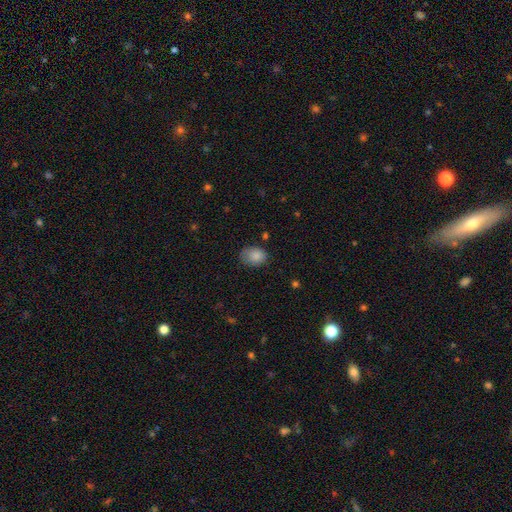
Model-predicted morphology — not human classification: Overall: smooth (85%). How rounded: in between (67%; round 32%). Merging: none (63%; minor disturbance 28%).